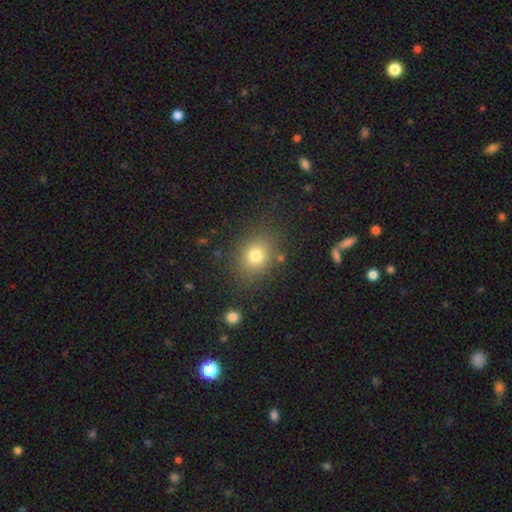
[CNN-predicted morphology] Smooth or featured?
  - smooth: 77% *
  - star or artifact: 14%
  - featured or disk: 9%
How rounded?
  - round: 61% *
  - in between: 38%
  - cigar-shaped: 1%
Merging?
  - none: 82% *
  - minor disturbance: 11%
  - major disturbance: 4%
  - merger: 3%